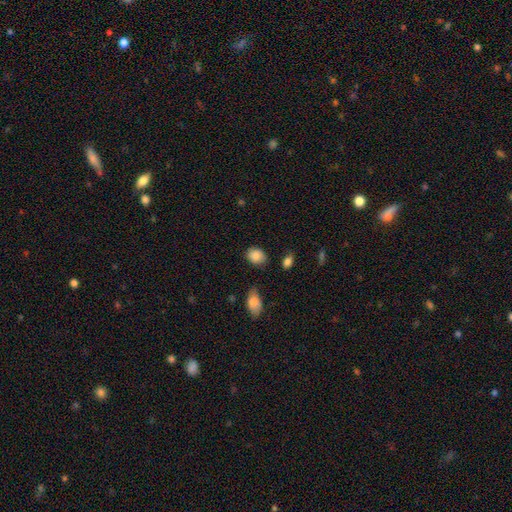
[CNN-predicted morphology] type=smooth (87%); roundness=in between (56%); merging=none (77%).